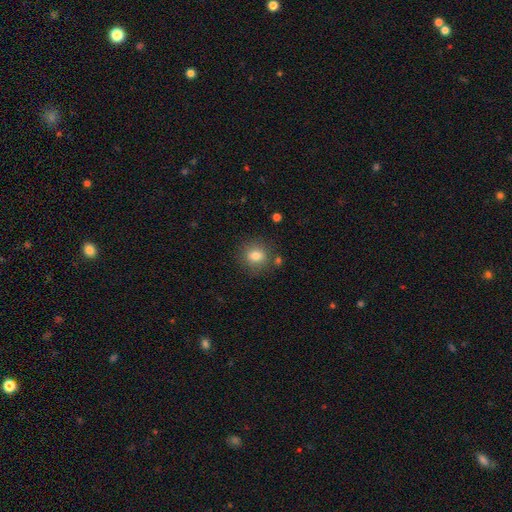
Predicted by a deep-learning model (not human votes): smooth 80%, star or artifact 11%, featured or disk 9%. Down the decision tree: how rounded — round (80%); merging — none (82%).